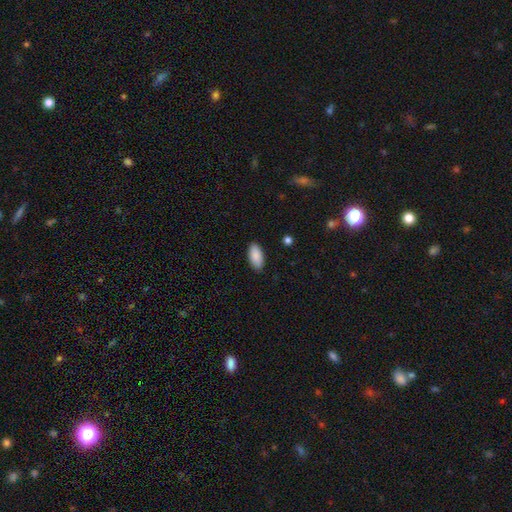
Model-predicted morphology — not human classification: The model was most divided on "merging": none: 89%, minor disturbance: 8%, major disturbance: 2%, merger: 1%. More confident: how rounded — in between (93%); smooth or featured — smooth (90%).